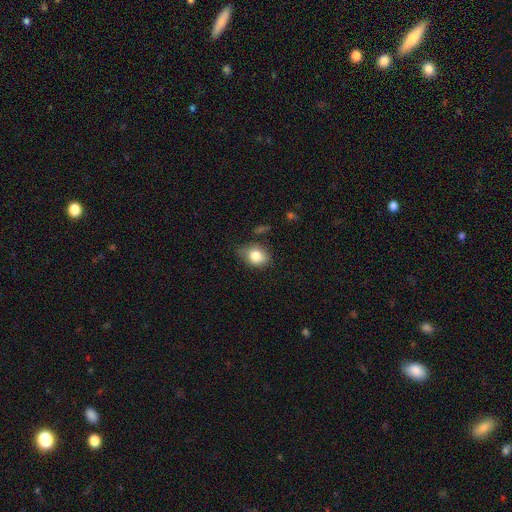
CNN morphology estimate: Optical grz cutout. It shows a smooth galaxy with no disk features (80%) that is in between round and cigar-shaped (61%). Merging: none (61%).